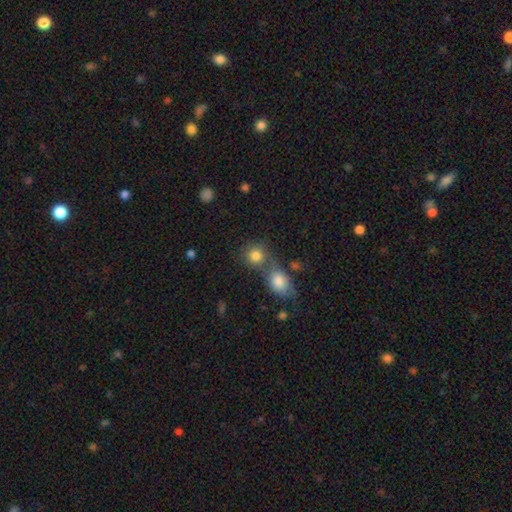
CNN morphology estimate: A smooth galaxy with no disk features (82%) that is round (81%).

Vote fractions:
- Smooth or featured? smooth: 82% / star or artifact: 10% / featured or disk: 8%
- How rounded? round: 81% / in between: 18% / cigar-shaped: 1%
- Merging? none: 47% / merger: 40% / minor disturbance: 9% / major disturbance: 4%